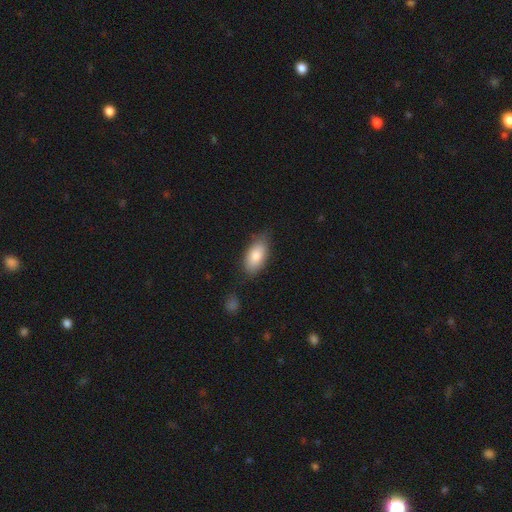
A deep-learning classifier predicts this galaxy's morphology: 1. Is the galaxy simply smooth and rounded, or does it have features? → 83% smooth, 11% featured or disk, 7% star or artifact.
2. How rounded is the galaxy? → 90% in between, 7% cigar-shaped, 3% round.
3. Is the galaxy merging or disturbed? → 76% none, 18% minor disturbance, 4% major disturbance, 3% merger.